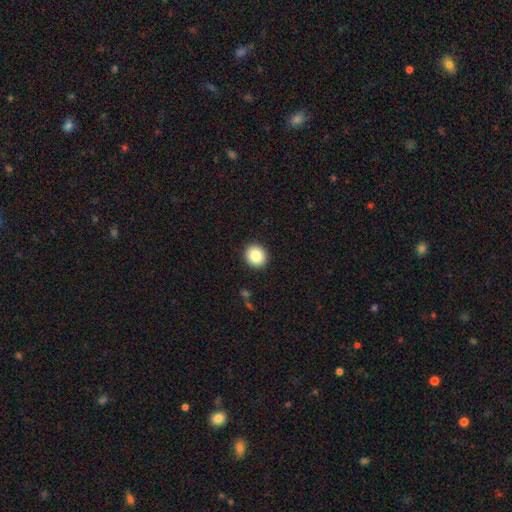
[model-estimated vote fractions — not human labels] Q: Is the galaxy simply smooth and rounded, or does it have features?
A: smooth — 84%.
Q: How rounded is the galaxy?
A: round — 89%.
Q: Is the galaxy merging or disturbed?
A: none — 93%.